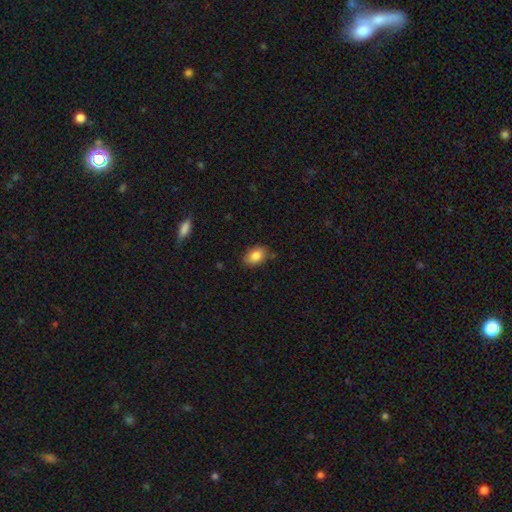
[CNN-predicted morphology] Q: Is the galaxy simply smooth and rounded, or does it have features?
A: smooth — 85%.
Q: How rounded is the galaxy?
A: in between — 86%.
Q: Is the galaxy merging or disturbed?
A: none — 81%.